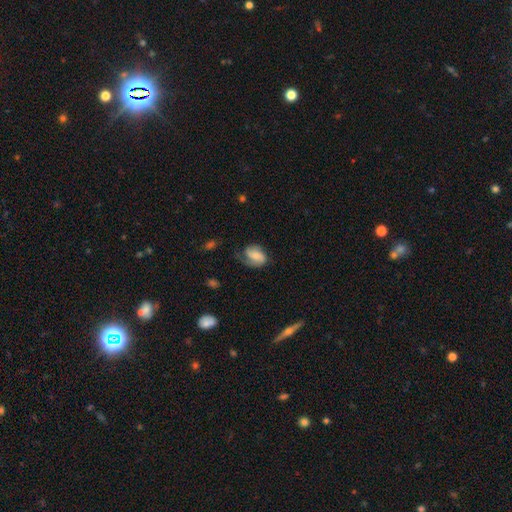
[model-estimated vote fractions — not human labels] Smooth or featured? Predicted: featured or disk (p=0.47). Merging? Predicted: none (p=0.48).